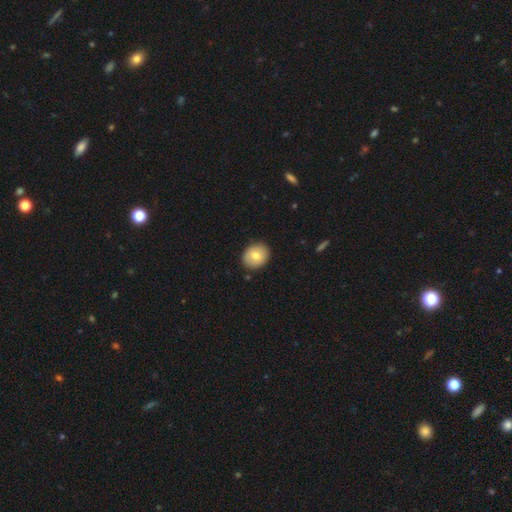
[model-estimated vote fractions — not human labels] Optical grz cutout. It shows a smooth galaxy with no disk features (75%) that is round (59%). Merging: none (88%).